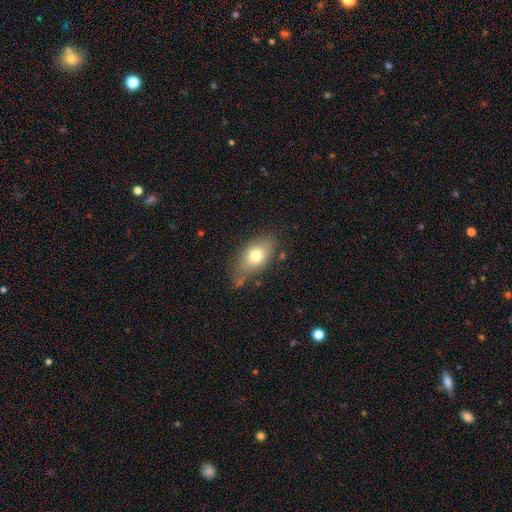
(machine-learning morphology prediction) This appears to be a smooth galaxy with no disk features (73%) that is in between round and cigar-shaped (81%). Merging: none (61%).